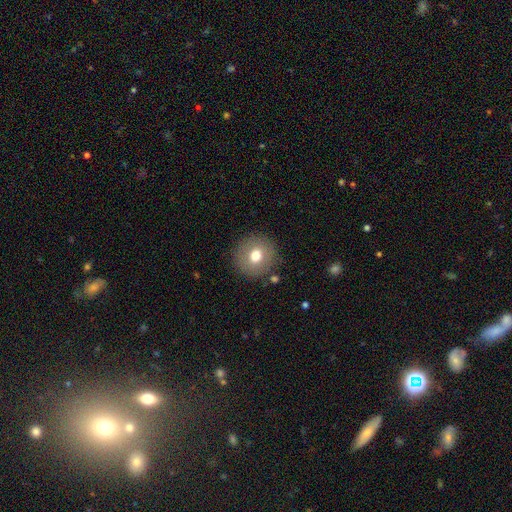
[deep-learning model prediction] smooth-or-featured: smooth: 72% | featured or disk: 18% | star or artifact: 10%
  how-rounded: round: 93% | in between: 6% | cigar-shaped: 1%
  merging: none: 88% | minor disturbance: 7% | major disturbance: 3% | merger: 2%